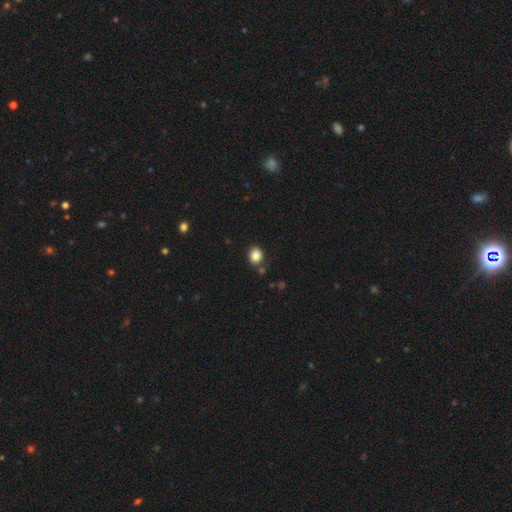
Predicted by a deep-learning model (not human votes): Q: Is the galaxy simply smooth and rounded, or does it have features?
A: smooth — 86%.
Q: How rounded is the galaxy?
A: round — 59%.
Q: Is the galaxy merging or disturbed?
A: none — 81%.